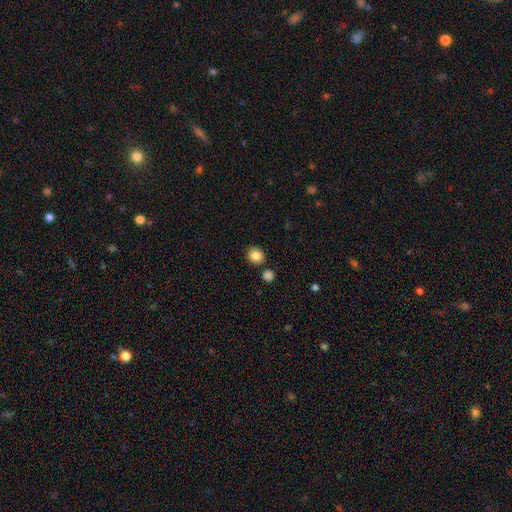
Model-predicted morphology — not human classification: The model was most divided on "how rounded": round: 75%, in between: 24%, cigar-shaped: 1%. More confident: smooth or featured — smooth (85%); merging — none (84%).